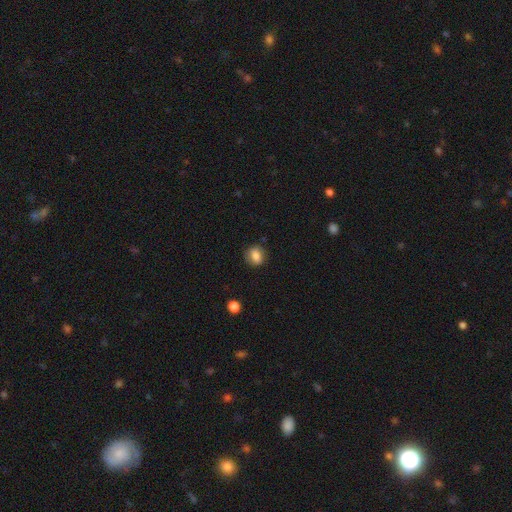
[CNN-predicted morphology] This is clearly a smooth galaxy (83%). How rounded: possibly round (55%). Merging: clearly none (81%).